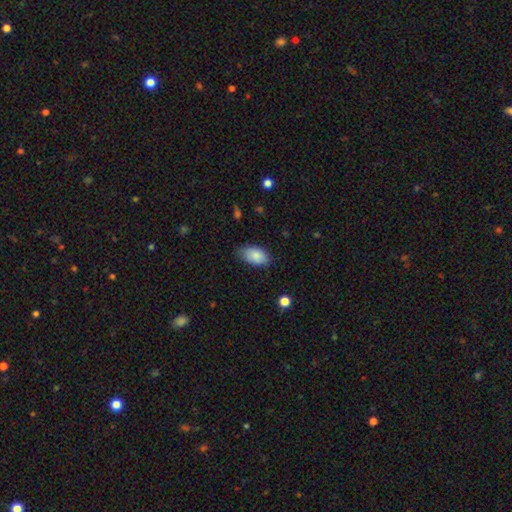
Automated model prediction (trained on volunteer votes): smooth-or-featured: smooth: 87% | star or artifact: 7% | featured or disk: 6%
  how-rounded: in between: 94% | round: 4% | cigar-shaped: 2%
  merging: none: 74% | minor disturbance: 21% | major disturbance: 4% | merger: 1%